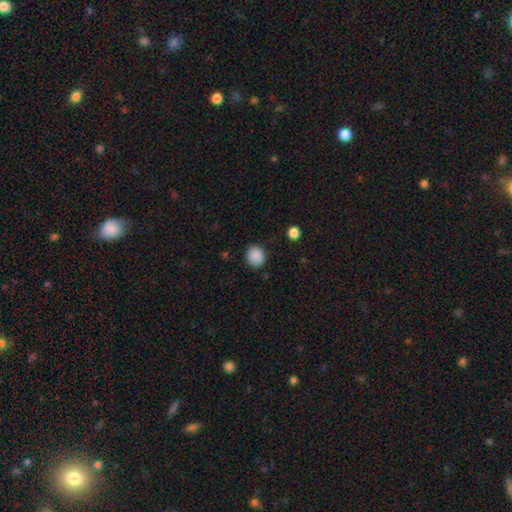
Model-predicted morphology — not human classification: Smooth or featured: smooth — 89% (star or artifact — 9%)
How rounded: round — 79% (in between — 20%)
Merging: none — 86% (minor disturbance — 10%)